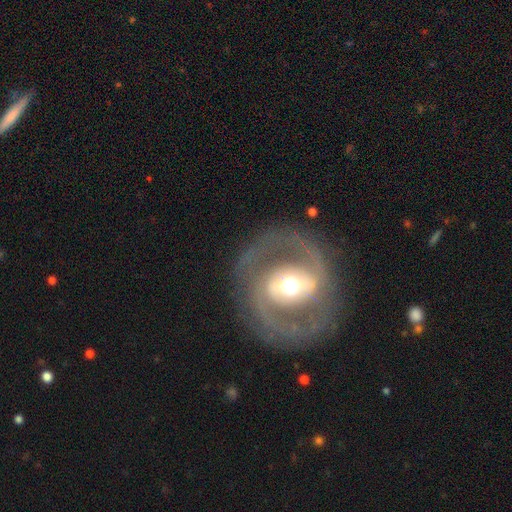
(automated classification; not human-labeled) featured or disk 84%, smooth 11%, star or artifact 6%. Down the decision tree: edge-on disk — no (96%); bar — strong (40%); spiral arms — yes (85%); spiral arm count — 2 (89%); spiral winding — medium (48%); bulge size — moderate (62%); merging — none (83%).